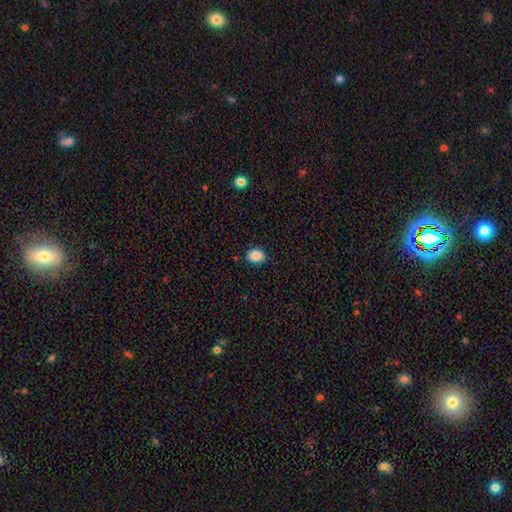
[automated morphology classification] Smooth or featured?
  - smooth: 88% *
  - star or artifact: 9%
  - featured or disk: 3%
How rounded?
  - in between: 53% *
  - round: 46%
  - cigar-shaped: 1%
Merging?
  - none: 86% *
  - minor disturbance: 10%
  - major disturbance: 2%
  - merger: 1%